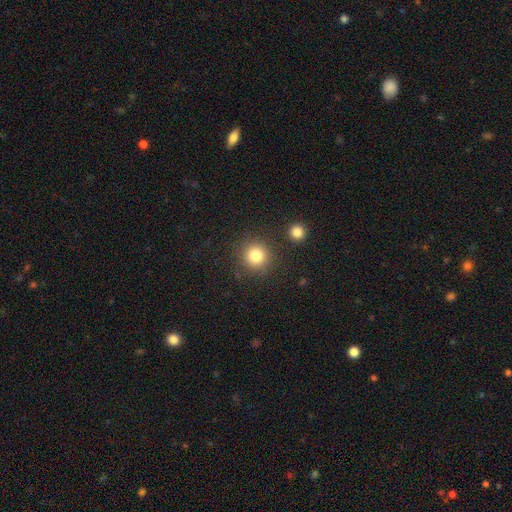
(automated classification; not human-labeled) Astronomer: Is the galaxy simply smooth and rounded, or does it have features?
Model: smooth — 82%.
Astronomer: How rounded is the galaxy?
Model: round — 92%.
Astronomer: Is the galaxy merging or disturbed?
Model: none — 86%.